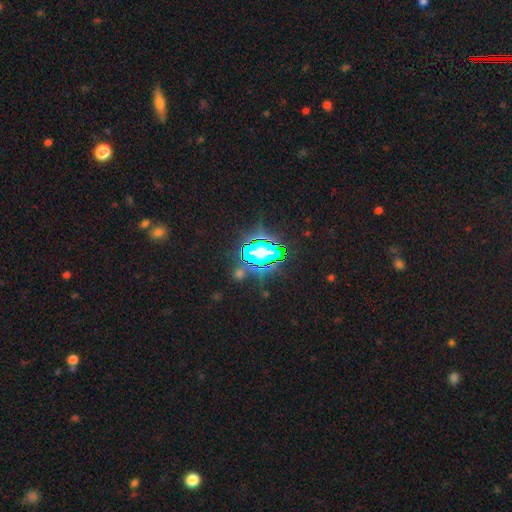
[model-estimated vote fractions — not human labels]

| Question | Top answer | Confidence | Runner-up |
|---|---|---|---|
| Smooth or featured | star or artifact | 81% | smooth (12%) |